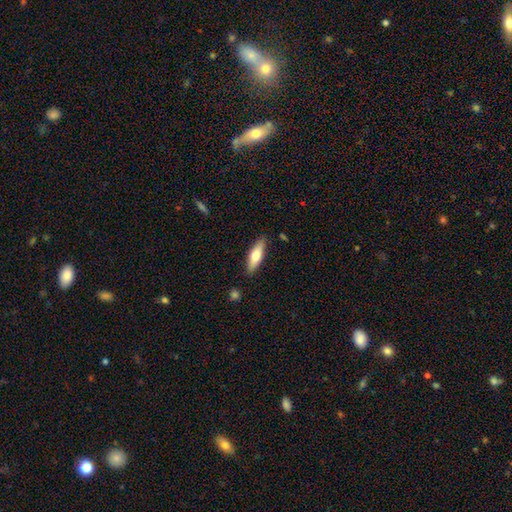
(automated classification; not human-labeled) Smooth or featured: smooth — 64% (featured or disk — 30%)
How rounded: cigar-shaped — 50% (in between — 48%)
Merging: none — 87% (minor disturbance — 9%)